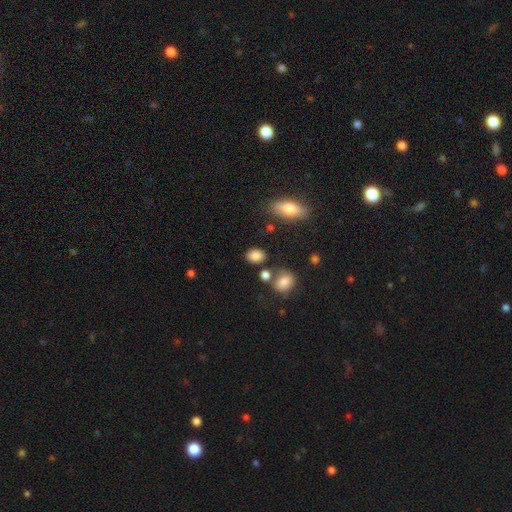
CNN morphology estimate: type=smooth (84%); roundness=in between (68%); merging=none (77%).